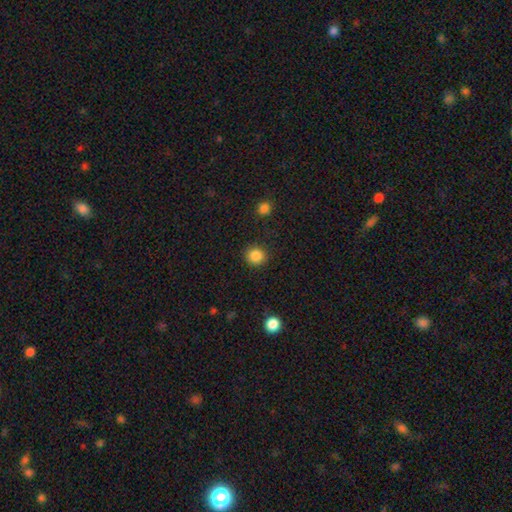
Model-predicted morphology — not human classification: Overall: smooth (86%). How rounded: round (91%). Merging: none (90%).